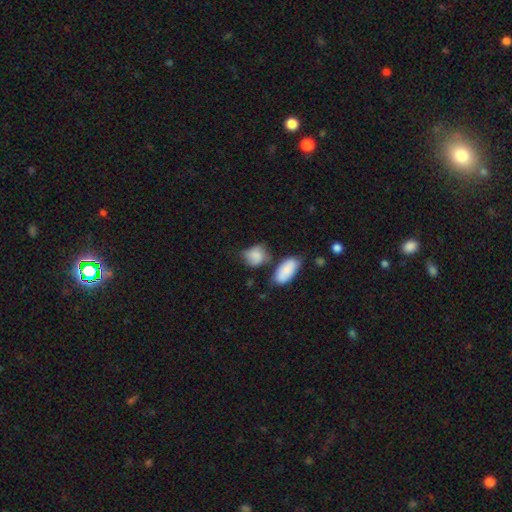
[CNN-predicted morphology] Smooth or featured?
  - smooth: 75% *
  - featured or disk: 18%
  - star or artifact: 8%
How rounded?
  - in between: 55% *
  - round: 44%
  - cigar-shaped: 2%
Merging?
  - none: 43% *
  - minor disturbance: 29%
  - merger: 16%
  - major disturbance: 12%